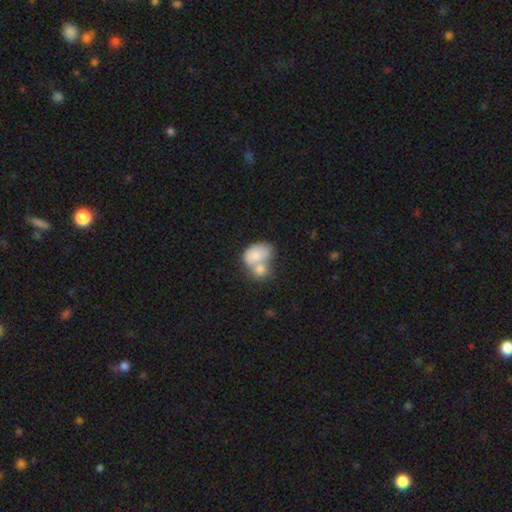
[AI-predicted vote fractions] The model was most divided on "how rounded": in between: 74%, round: 24%, cigar-shaped: 1%. More confident: smooth or featured — smooth (75%); merging — merger (68%).